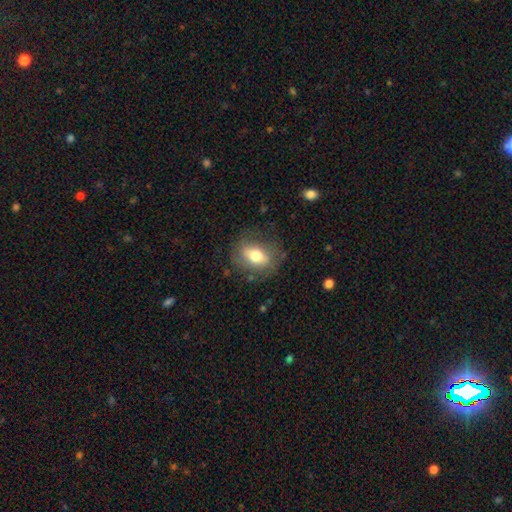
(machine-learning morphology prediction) Smooth or featured? Predicted: smooth (p=0.60). How rounded? Predicted: in between (p=0.71). Merging? Predicted: none (p=0.74).